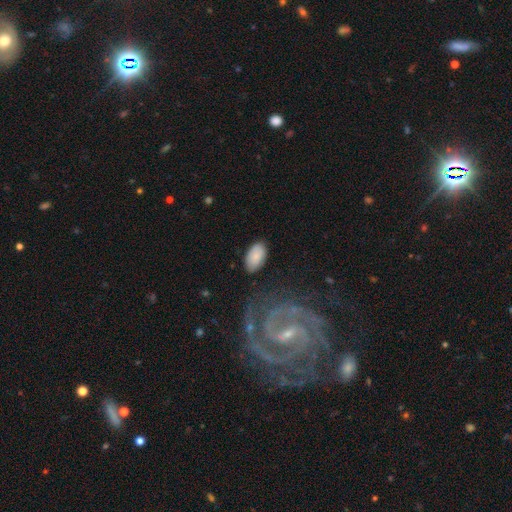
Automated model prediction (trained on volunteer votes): A smooth galaxy with no disk features (84%) that is in between round and cigar-shaped (95%).

Vote fractions:
- Smooth or featured? smooth: 84% / featured or disk: 9% / star or artifact: 7%
- How rounded? in between: 95% / round: 4% / cigar-shaped: 2%
- Merging? none: 83% / minor disturbance: 12% / major disturbance: 3% / merger: 2%